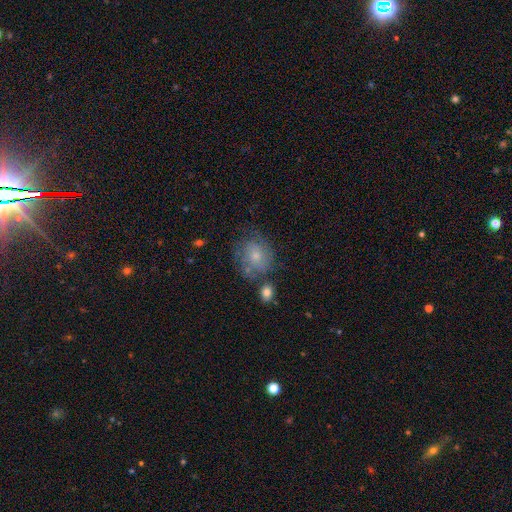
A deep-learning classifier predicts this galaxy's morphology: Smooth or featured?
  - smooth: 58% *
  - featured or disk: 33%
  - star or artifact: 9%
How rounded?
  - round: 68% *
  - in between: 31%
  - cigar-shaped: 1%
Merging?
  - none: 57% *
  - minor disturbance: 23%
  - major disturbance: 11%
  - merger: 9%